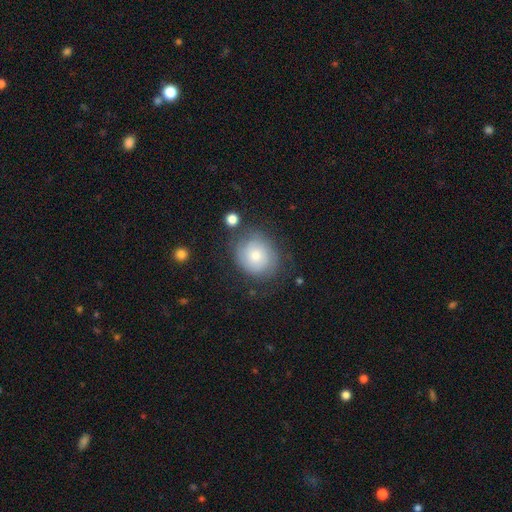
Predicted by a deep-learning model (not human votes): smooth 52%, featured or disk 40%, star or artifact 9%. Down the decision tree: how rounded — round (75%); merging — none (67%).